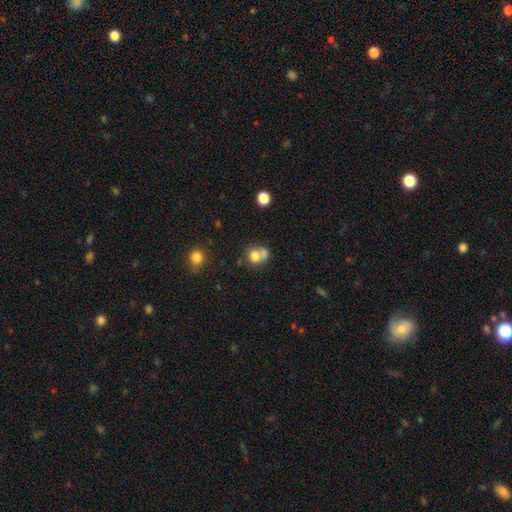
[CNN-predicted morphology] Q: Smooth or featured?
A: smooth (74%); runner-up: featured or disk (14%)
Q: How rounded?
A: round (70%); runner-up: in between (29%)
Q: Merging?
A: merger (49%); runner-up: none (34%)